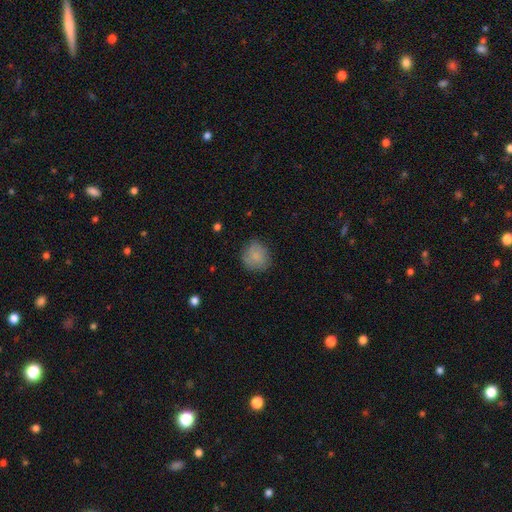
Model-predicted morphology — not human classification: This appears to be a smooth galaxy with no disk features (81%) that is round (86%). Merging: none (75%).